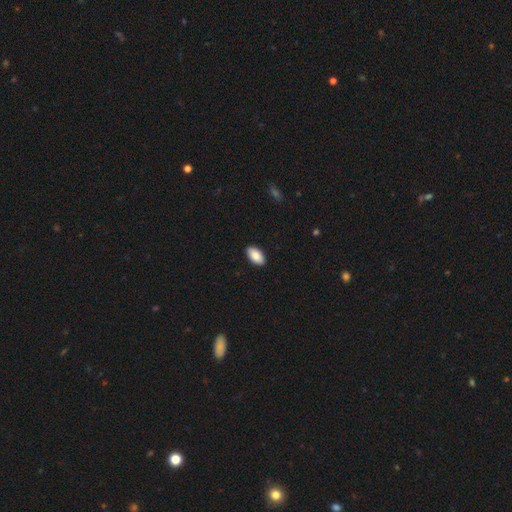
Smooth or featured: smooth — 92% (star or artifact — 5%)
How rounded: in between — 100%
Merging: none — 94% (minor disturbance — 6%)